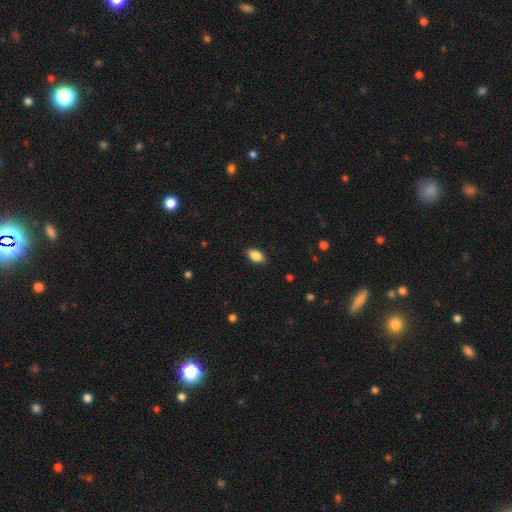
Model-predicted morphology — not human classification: A smooth galaxy with no disk features (87%) that is in between round and cigar-shaped (91%). Merging: none (88%).